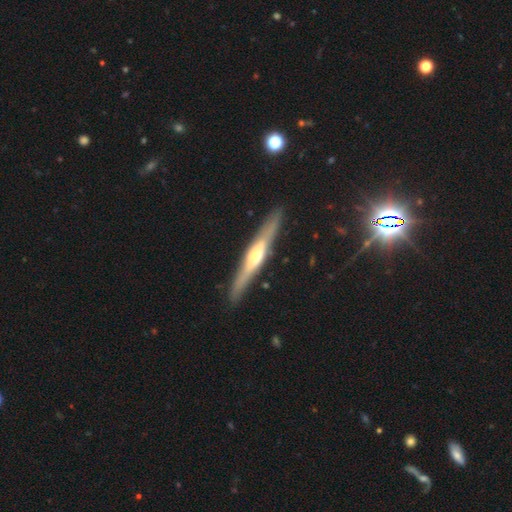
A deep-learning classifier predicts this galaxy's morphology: A featured or disk galaxy (72%) viewed edge-on (96%) with a rounded central bulge (79%). Merging: none (89%).